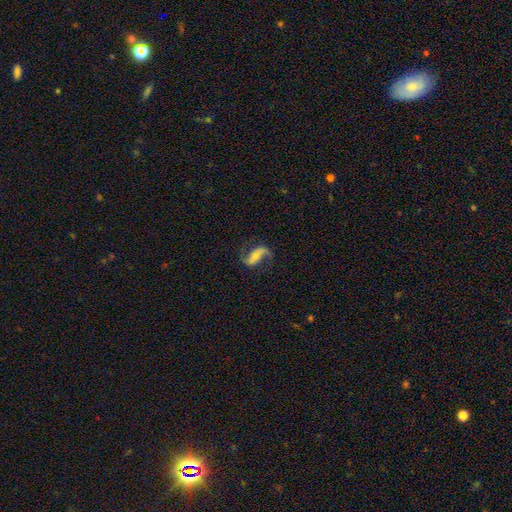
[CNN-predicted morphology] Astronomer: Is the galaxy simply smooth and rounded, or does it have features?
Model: featured or disk — 82%.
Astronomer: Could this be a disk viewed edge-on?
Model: no — 95%.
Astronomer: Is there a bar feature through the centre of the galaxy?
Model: strong — 43% (runner-up: weak, 31%).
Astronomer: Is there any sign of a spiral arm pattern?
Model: yes — 95%.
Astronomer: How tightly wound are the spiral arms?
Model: loose — 75%.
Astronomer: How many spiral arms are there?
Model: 2 — 91%.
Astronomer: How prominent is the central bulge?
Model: small — 52% (runner-up: moderate, 31%).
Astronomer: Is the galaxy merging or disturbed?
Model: none — 74%.